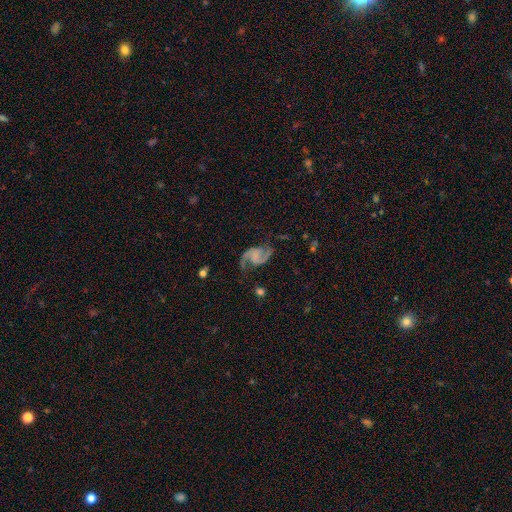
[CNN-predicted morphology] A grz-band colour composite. It shows a featured or disk galaxy (89%) with no bar (49%), 2 (94%) loose (53%) spiral arms (97%) and no central bulge (62%). Merging: none (71%).